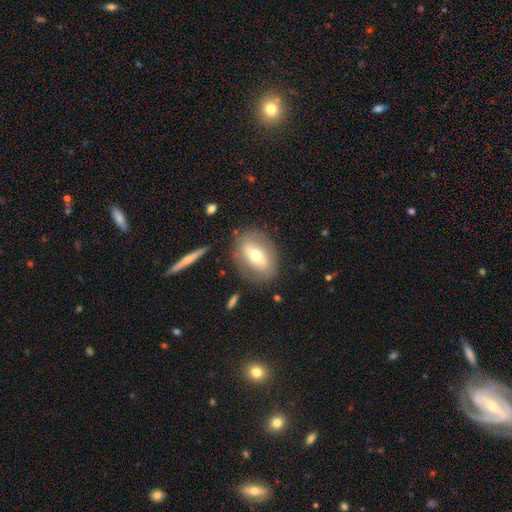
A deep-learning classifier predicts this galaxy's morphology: This is possibly a smooth galaxy (49%). Merging: likely none (79%).